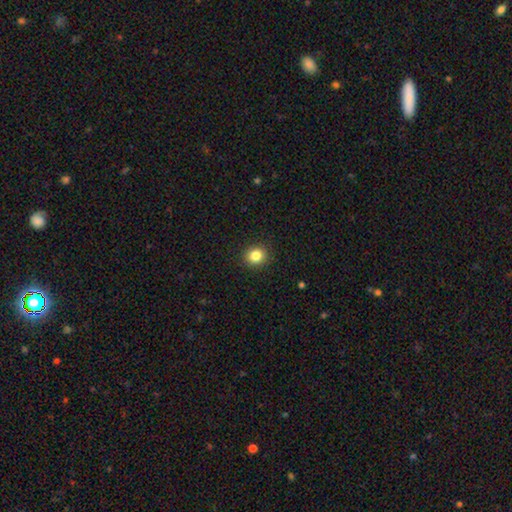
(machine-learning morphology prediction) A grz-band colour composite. It shows a smooth galaxy with no disk features (84%) that is round (80%). Merging: none (91%).